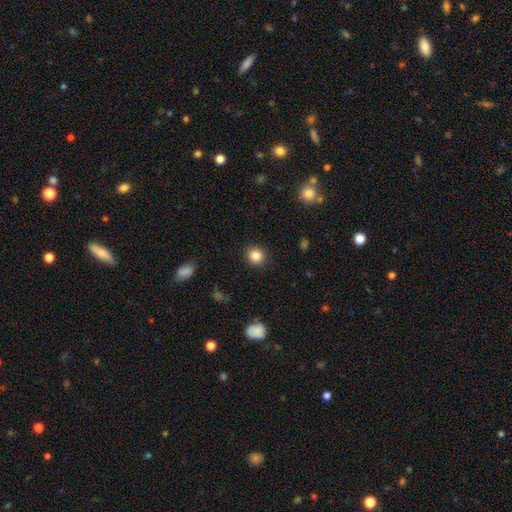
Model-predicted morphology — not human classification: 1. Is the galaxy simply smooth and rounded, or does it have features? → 85% smooth, 10% star or artifact, 5% featured or disk.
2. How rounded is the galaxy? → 86% round, 13% in between, 1% cigar-shaped.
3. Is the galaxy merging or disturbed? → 91% none, 6% minor disturbance, 2% major disturbance, 1% merger.